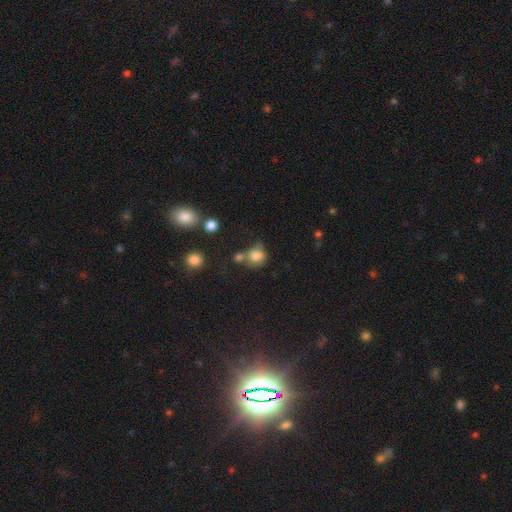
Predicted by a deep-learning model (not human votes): The model was most divided on "merging": none: 44%, merger: 27%, minor disturbance: 19%, major disturbance: 10%. More confident: smooth or featured — smooth (79%); how rounded — round (77%).